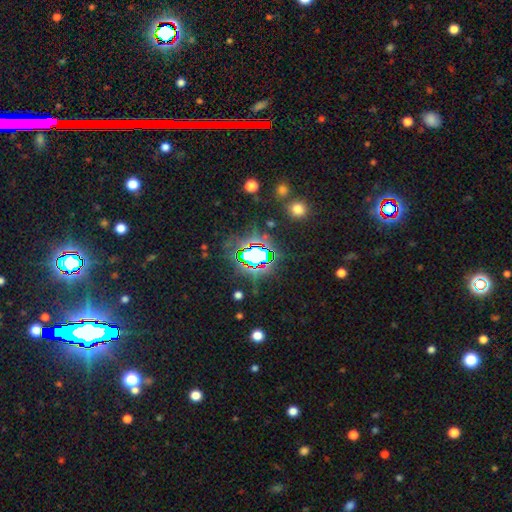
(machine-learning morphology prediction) Smooth or featured: star or artifact — 73% (smooth — 16%)